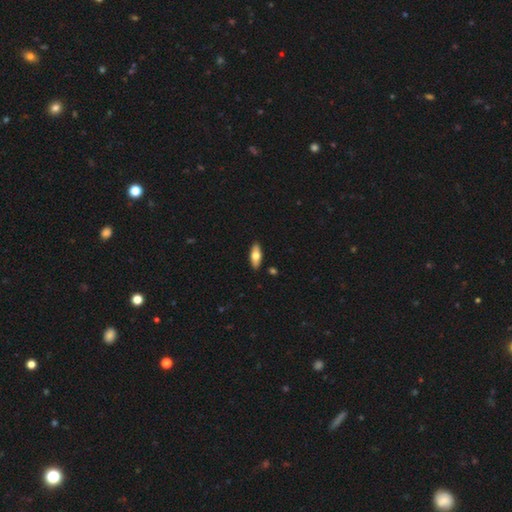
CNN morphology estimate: Q: Smooth or featured?
A: smooth (66%); runner-up: featured or disk (29%)
Q: How rounded?
A: in between (73%); runner-up: cigar-shaped (24%)
Q: Merging?
A: none (90%); runner-up: minor disturbance (7%)